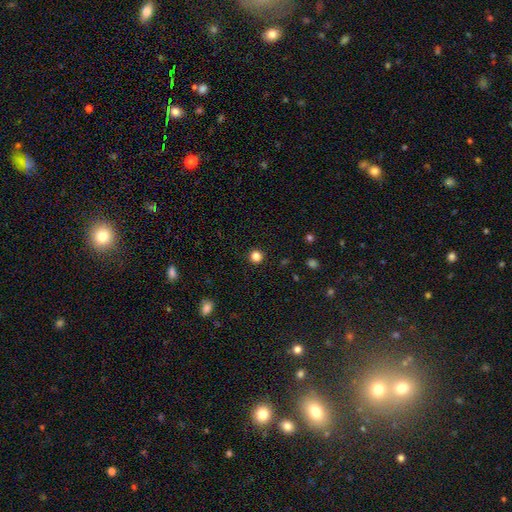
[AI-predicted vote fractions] A smooth galaxy with no disk features (84%) that is round (94%). Merging: none (92%).